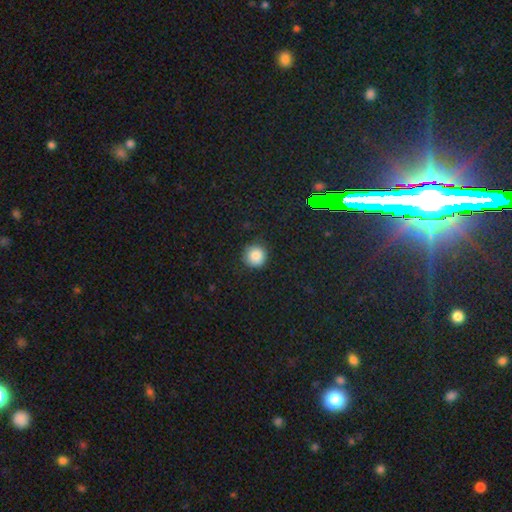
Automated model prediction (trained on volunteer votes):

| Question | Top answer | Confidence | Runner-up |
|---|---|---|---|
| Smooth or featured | smooth | 85% | star or artifact (10%) |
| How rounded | round | 94% | in between (5%) |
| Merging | none | 87% | minor disturbance (9%) |